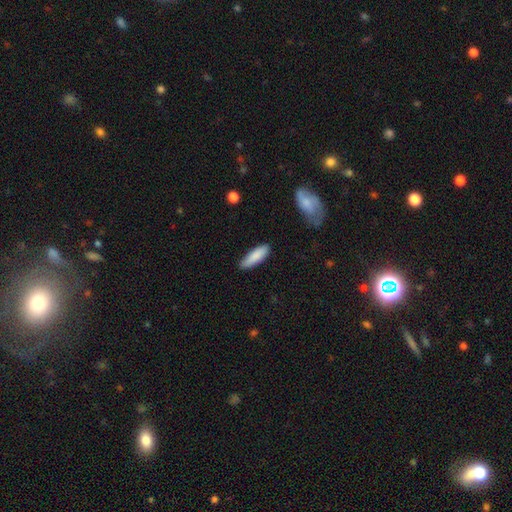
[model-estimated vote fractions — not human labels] Overall: smooth (86%). How rounded: cigar-shaped (52%; in between 46%). Merging: none (82%).